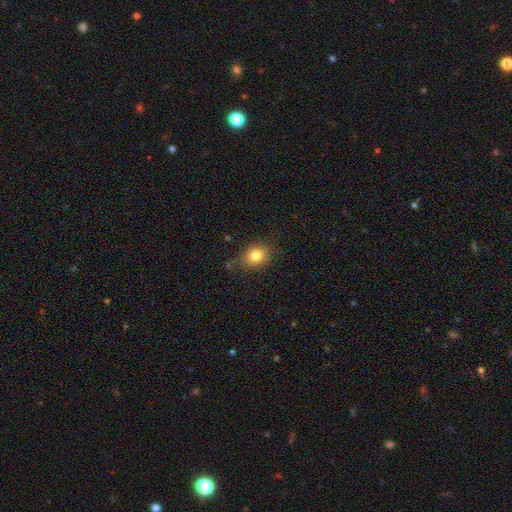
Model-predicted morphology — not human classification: A smooth galaxy with no disk features (81%) that is in between round and cigar-shaped (55%). Merging: none (71%).